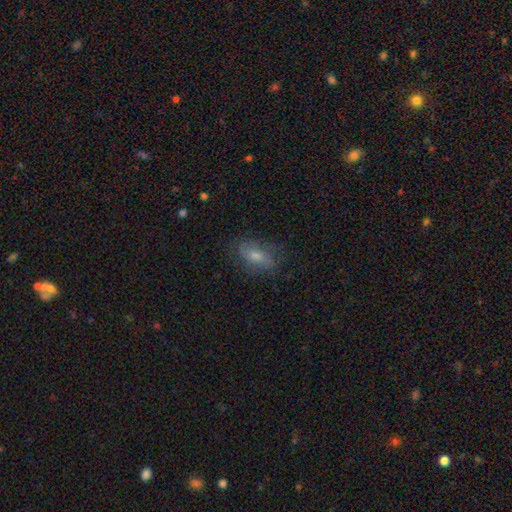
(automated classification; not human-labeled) Smooth or featured: smooth — 49% (featured or disk — 38%)
Merging: none — 74% (minor disturbance — 18%)